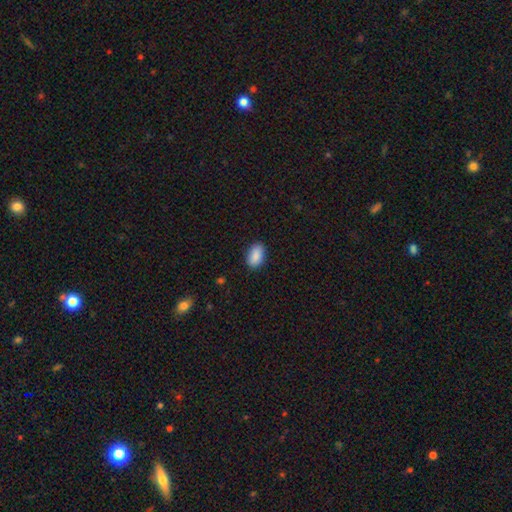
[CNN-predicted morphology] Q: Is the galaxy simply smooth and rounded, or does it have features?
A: smooth — 89%.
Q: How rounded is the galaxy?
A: in between — 93%.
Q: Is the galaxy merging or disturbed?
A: none — 86%.